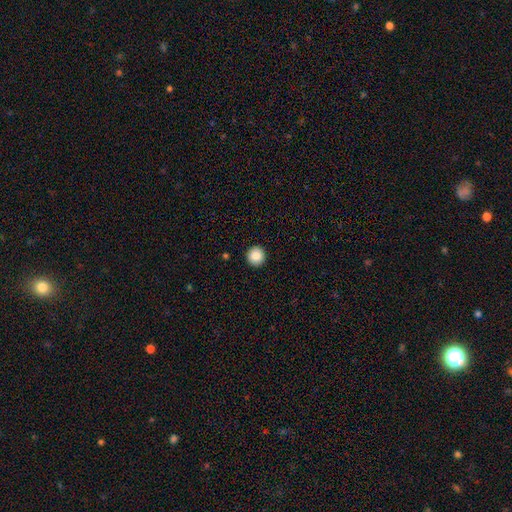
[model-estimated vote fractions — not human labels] Smooth or featured? smooth (87%)
How rounded? round (95%)
Merging? none (94%)